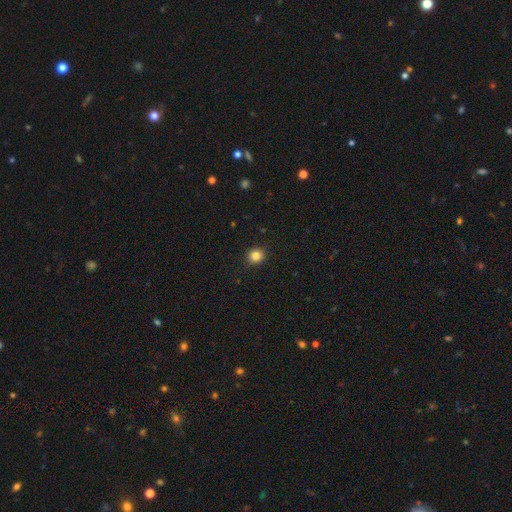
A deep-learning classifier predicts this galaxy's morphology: smooth_or_featured: smooth (p=0.84) [alt: star or artifact p=0.11]
how_rounded: round (p=0.85) [alt: in between p=0.14]
merging: none (p=0.92) [alt: minor disturbance p=0.06]